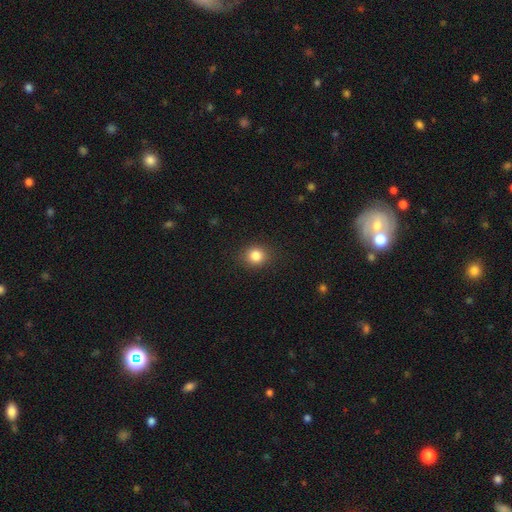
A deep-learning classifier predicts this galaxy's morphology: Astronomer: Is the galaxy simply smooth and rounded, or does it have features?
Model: smooth — 84%.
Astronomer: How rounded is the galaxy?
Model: round — 81%.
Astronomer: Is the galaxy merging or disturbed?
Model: none — 89%.